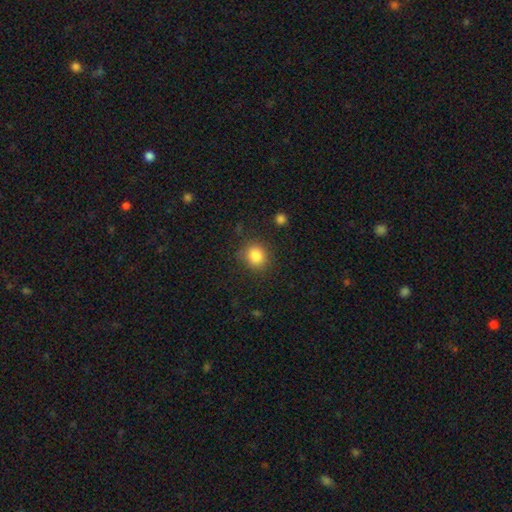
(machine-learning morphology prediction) Overall: smooth (84%). How rounded: round (83%). Merging: none (83%).